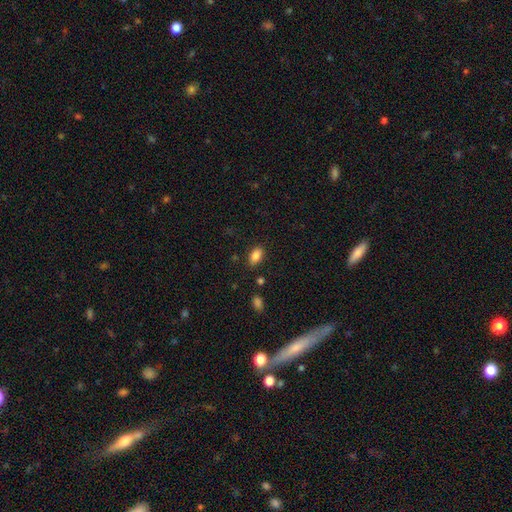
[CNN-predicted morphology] Smooth or featured?
  - smooth: 86% *
  - star or artifact: 9%
  - featured or disk: 6%
How rounded?
  - in between: 91% *
  - round: 5%
  - cigar-shaped: 4%
Merging?
  - none: 83% *
  - minor disturbance: 11%
  - major disturbance: 3%
  - merger: 3%